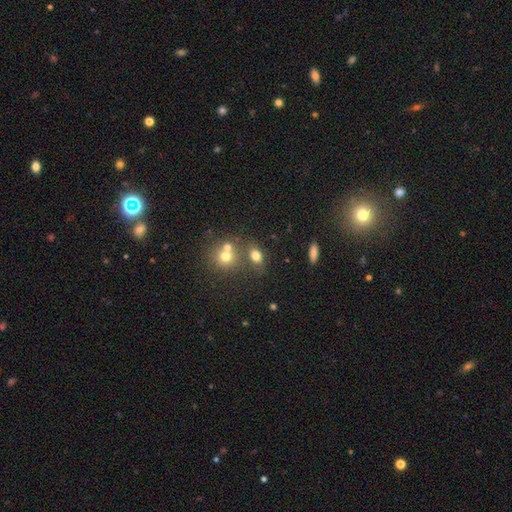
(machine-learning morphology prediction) This appears to be a smooth galaxy with no disk features (74%) that is in between round and cigar-shaped (69%). Merging: none (58%).